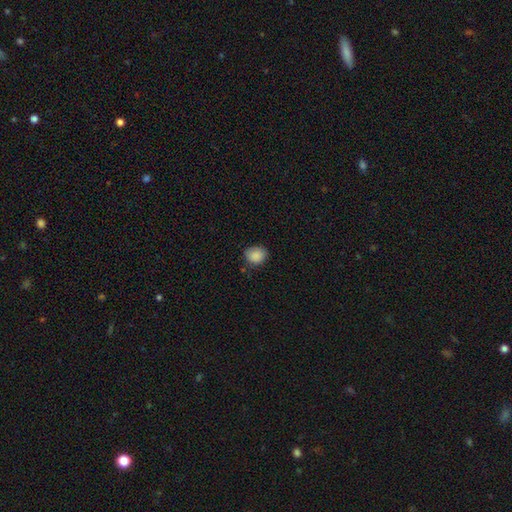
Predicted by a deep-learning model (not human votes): Q: Smooth or featured?
A: smooth (88%); runner-up: star or artifact (8%)
Q: How rounded?
A: round (69%); runner-up: in between (30%)
Q: Merging?
A: none (76%); runner-up: minor disturbance (19%)